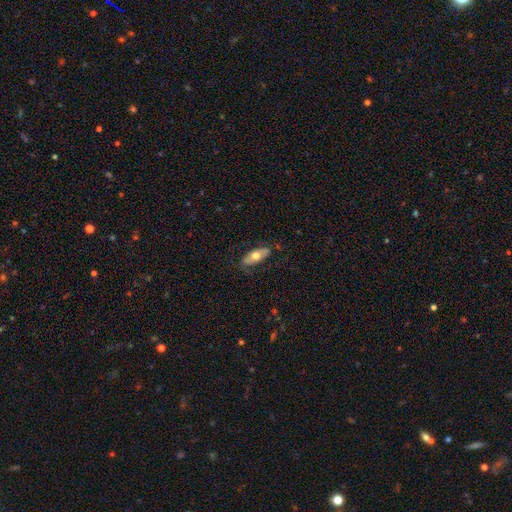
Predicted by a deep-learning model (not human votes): This appears to be a smooth galaxy with no disk features (59%) that is in between round and cigar-shaped (76%). Merging: none (78%).